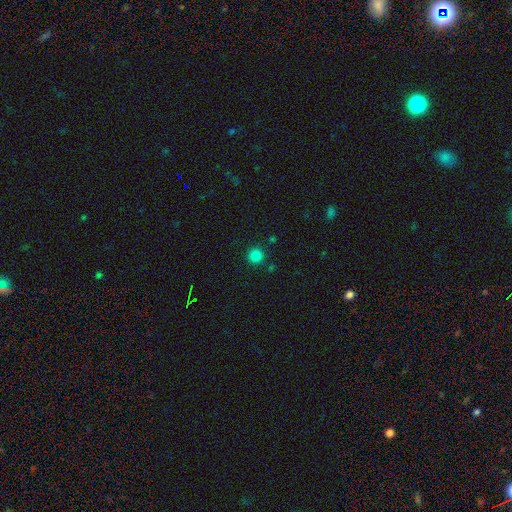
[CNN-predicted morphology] Smooth or featured? smooth (83%)
How rounded? round (96%)
Merging? none (89%)